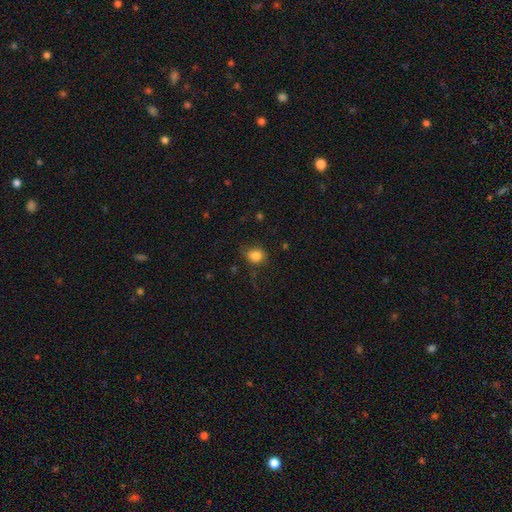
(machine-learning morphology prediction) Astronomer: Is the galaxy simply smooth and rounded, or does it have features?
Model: smooth — 83%.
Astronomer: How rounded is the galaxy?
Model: round — 69%.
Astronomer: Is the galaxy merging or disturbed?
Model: none — 71%.